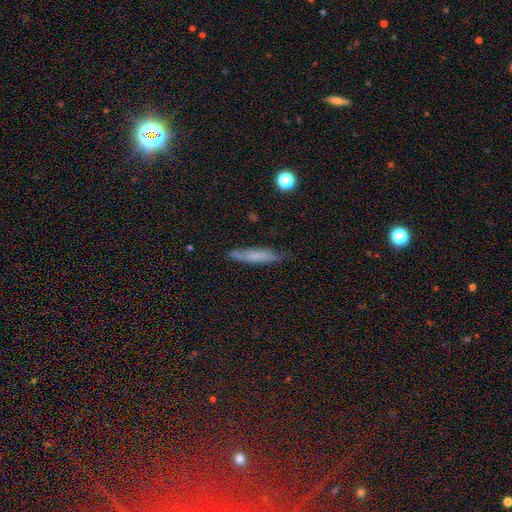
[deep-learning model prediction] Smooth or featured: smooth — 64% (featured or disk — 26%)
How rounded: cigar-shaped — 88% (in between — 10%)
Merging: none — 82% (minor disturbance — 14%)